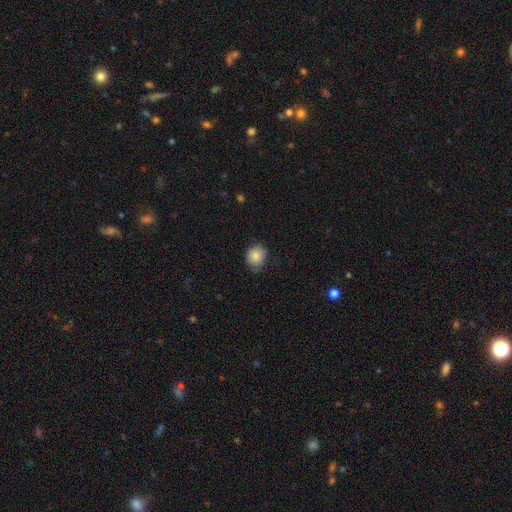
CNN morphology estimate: smooth 85%, star or artifact 9%, featured or disk 7%. Down the decision tree: how rounded — round (69%); merging — none (72%).